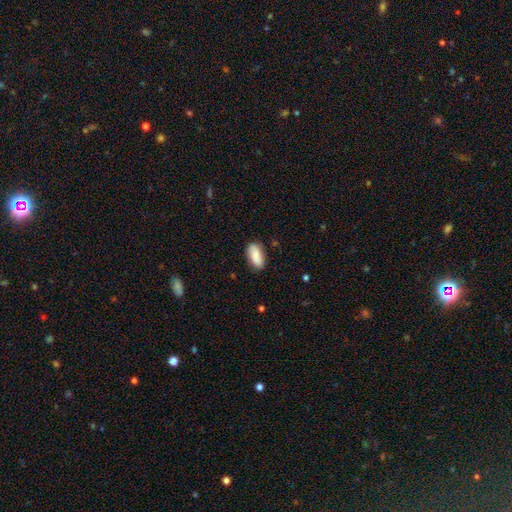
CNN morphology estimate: smooth_or_featured: smooth (p=0.88) [alt: featured or disk p=0.06]
how_rounded: in between (p=0.89) [alt: cigar-shaped p=0.09]
merging: none (p=0.82) [alt: minor disturbance p=0.13]